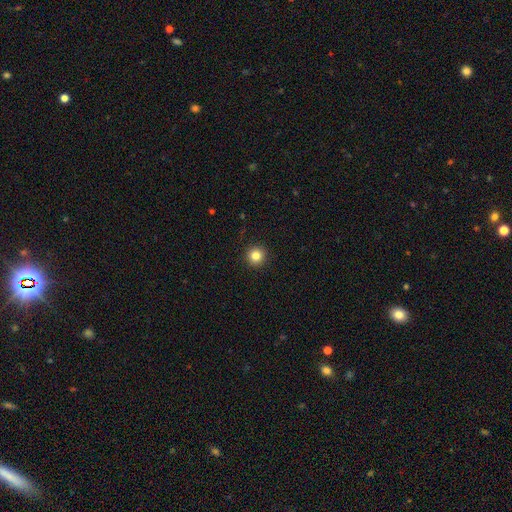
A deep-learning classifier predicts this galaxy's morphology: A smooth galaxy with no disk features (83%) that is round (96%).

Vote fractions:
- Smooth or featured? smooth: 83% / star or artifact: 12% / featured or disk: 5%
- How rounded? round: 96% / in between: 3% / cigar-shaped: 1%
- Merging? none: 93% / minor disturbance: 5% / major disturbance: 2% / merger: 1%